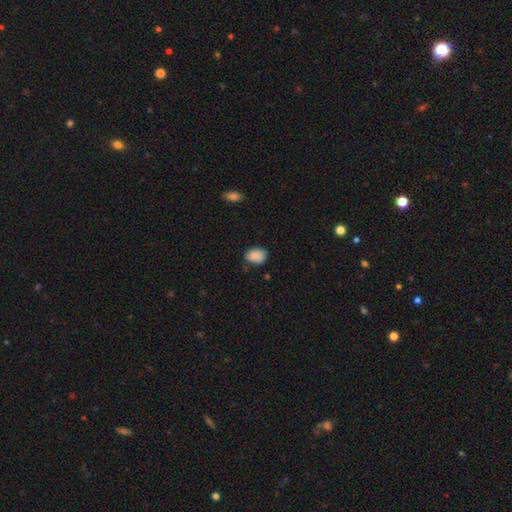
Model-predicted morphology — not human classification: Smooth or featured?
  - smooth: 87% *
  - star or artifact: 8%
  - featured or disk: 6%
How rounded?
  - in between: 75% *
  - round: 24%
  - cigar-shaped: 1%
Merging?
  - none: 65% *
  - minor disturbance: 27%
  - major disturbance: 5%
  - merger: 3%